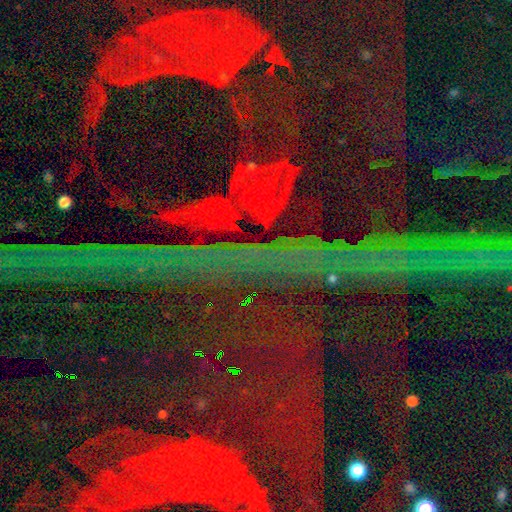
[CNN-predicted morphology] Smooth or featured: star or artifact — 85% (featured or disk — 8%)